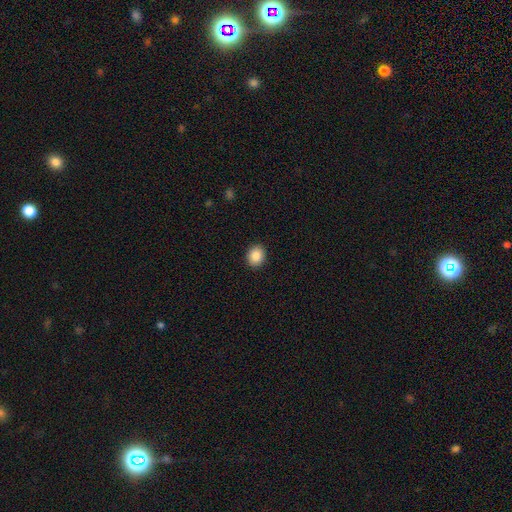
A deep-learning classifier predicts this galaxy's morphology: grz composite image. It shows a smooth galaxy with no disk features (88%) that is round (67%). Merging: none (91%).